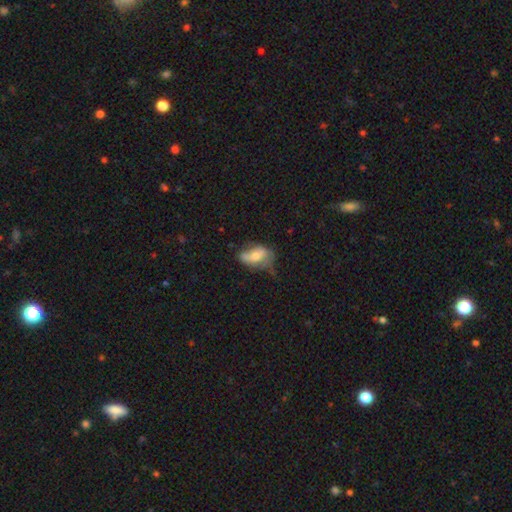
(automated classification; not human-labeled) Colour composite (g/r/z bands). It shows a smooth galaxy with no disk features (53%) that is in between round and cigar-shaped (88%). Merging: none (39%).